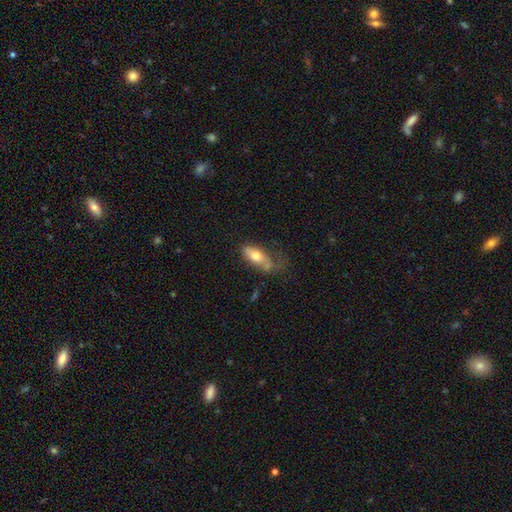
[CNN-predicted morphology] Q: Smooth or featured?
A: smooth (70%); runner-up: featured or disk (23%)
Q: How rounded?
A: in between (81%); runner-up: cigar-shaped (15%)
Q: Merging?
A: none (39%); runner-up: minor disturbance (30%)